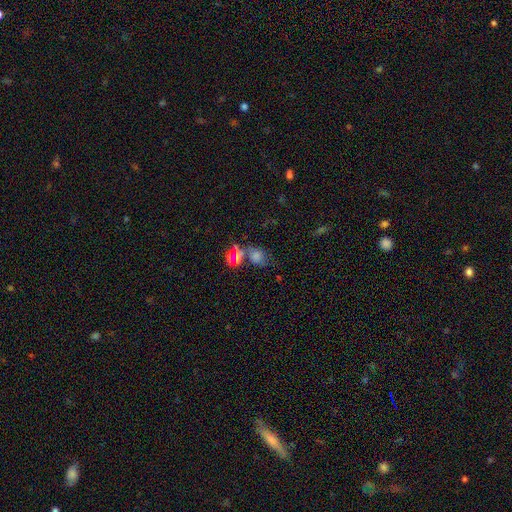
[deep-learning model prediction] A smooth galaxy with no disk features (55%) that is round (57%). Merging: none (43%).